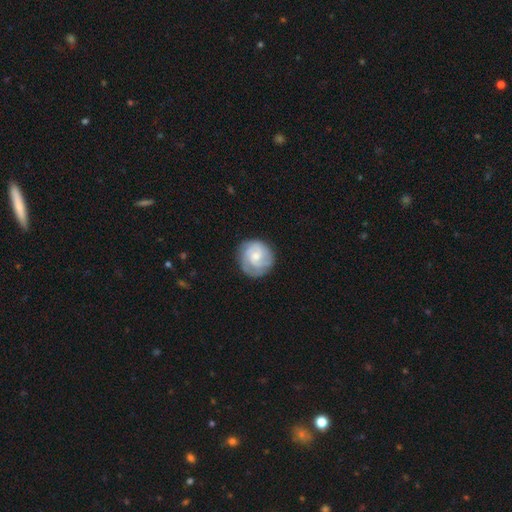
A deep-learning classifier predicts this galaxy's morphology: smooth-or-featured: featured or disk: 65% | smooth: 29% | star or artifact: 6%
  disk-edge-on: no: 98% | yes: 2%
    bar: no: 60% | weak: 35% | strong: 5%
    has-spiral-arms: yes: 91% | no: 9%
      spiral-winding: tight: 58% | medium: 33% | loose: 9%
      spiral-arm-count: 2: 30% | can't tell: 28% | 3: 28% | 1: 5% | 4: 5% | more than 4: 4%
    bulge-size: small: 44% | moderate: 43% | none: 7% | large: 6% | dominant: 1%
  merging: none: 78% | minor disturbance: 15% | major disturbance: 6% | merger: 1%